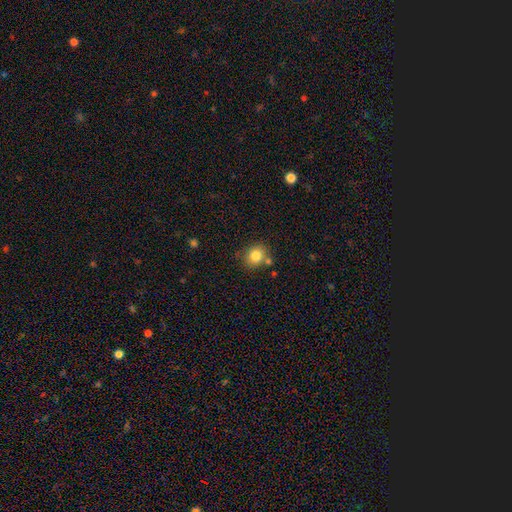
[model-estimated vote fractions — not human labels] This is clearly a smooth galaxy (83%). How rounded: likely round (73%). Merging: likely none (72%).